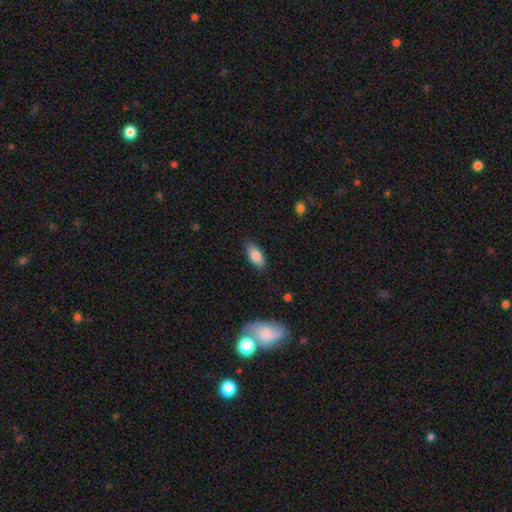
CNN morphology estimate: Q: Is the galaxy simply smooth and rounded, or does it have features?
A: smooth — 82%.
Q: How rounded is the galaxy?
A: in between — 87%.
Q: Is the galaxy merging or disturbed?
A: none — 85%.